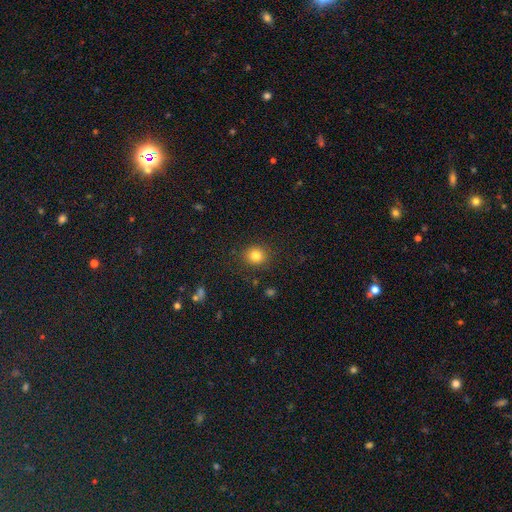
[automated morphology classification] This is clearly a smooth galaxy (82%). How rounded: clearly round (83%). Merging: clearly none (88%).